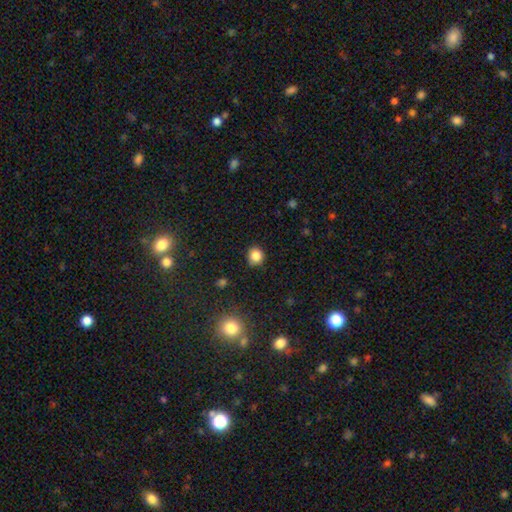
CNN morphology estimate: Smooth or featured?
  - smooth: 84% *
  - star or artifact: 11%
  - featured or disk: 5%
How rounded?
  - round: 85% *
  - in between: 14%
  - cigar-shaped: 1%
Merging?
  - none: 86% *
  - minor disturbance: 10%
  - major disturbance: 2%
  - merger: 1%